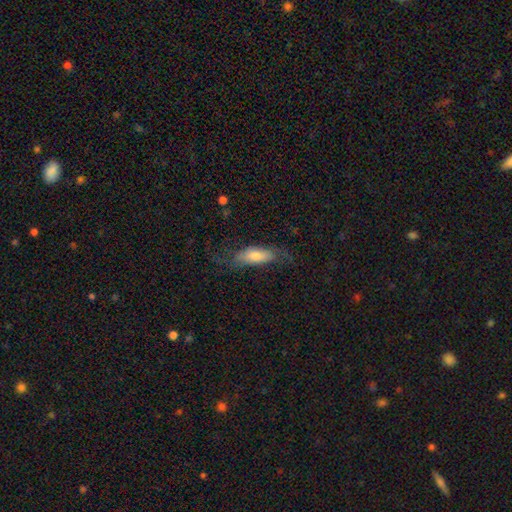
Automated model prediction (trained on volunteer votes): Q: Smooth or featured?
A: smooth (61%); runner-up: featured or disk (32%)
Q: How rounded?
A: in between (63%); runner-up: cigar-shaped (34%)
Q: Merging?
A: none (56%); runner-up: minor disturbance (24%)